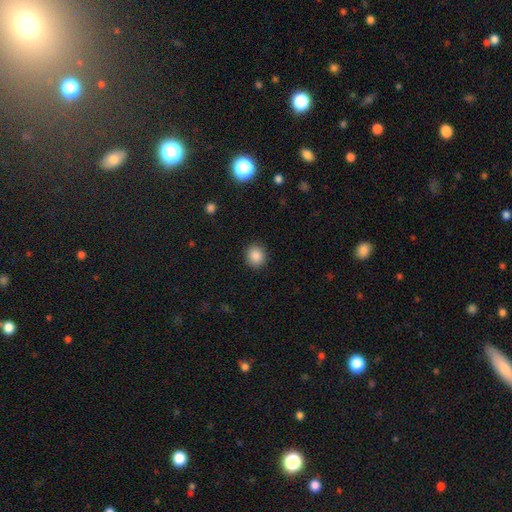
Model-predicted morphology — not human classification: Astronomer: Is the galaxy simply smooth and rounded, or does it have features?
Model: smooth — 87%.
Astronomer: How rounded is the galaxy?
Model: round — 83%.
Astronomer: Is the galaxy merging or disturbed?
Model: none — 91%.